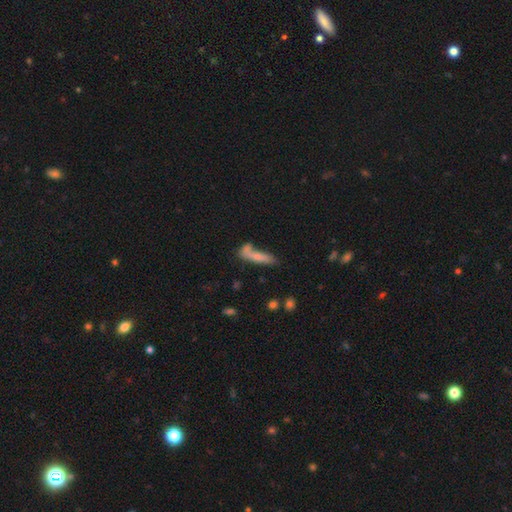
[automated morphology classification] Q: Smooth or featured?
A: smooth (66%); runner-up: featured or disk (25%)
Q: How rounded?
A: cigar-shaped (73%); runner-up: in between (24%)
Q: Merging?
A: none (42%); runner-up: merger (29%)